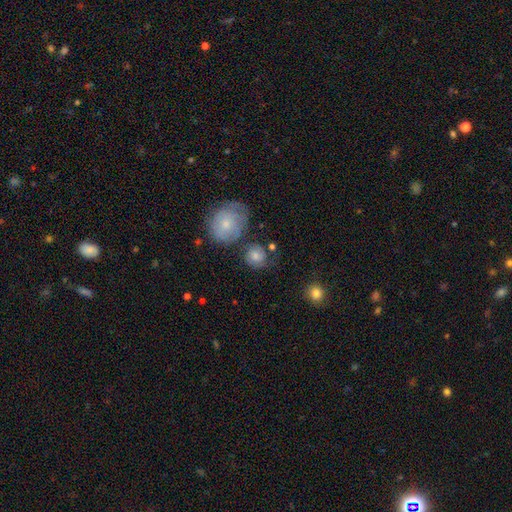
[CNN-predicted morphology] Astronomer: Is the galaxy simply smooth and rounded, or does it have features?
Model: smooth — 67%.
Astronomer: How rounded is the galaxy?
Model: round — 84%.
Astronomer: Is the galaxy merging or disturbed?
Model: none — 61%.